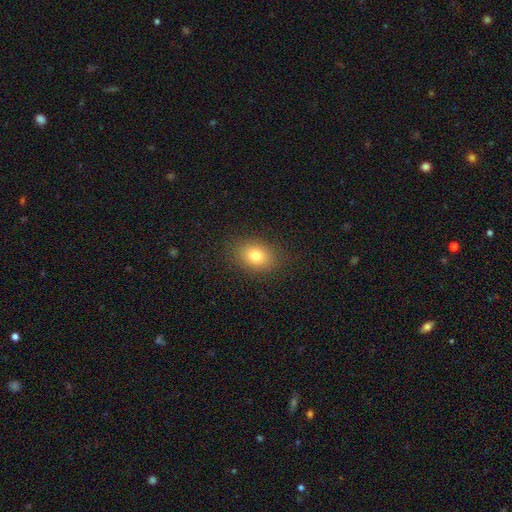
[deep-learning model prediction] Smooth or featured? Predicted: smooth (p=0.78). How rounded? Predicted: in between (p=0.73). Merging? Predicted: none (p=0.87).